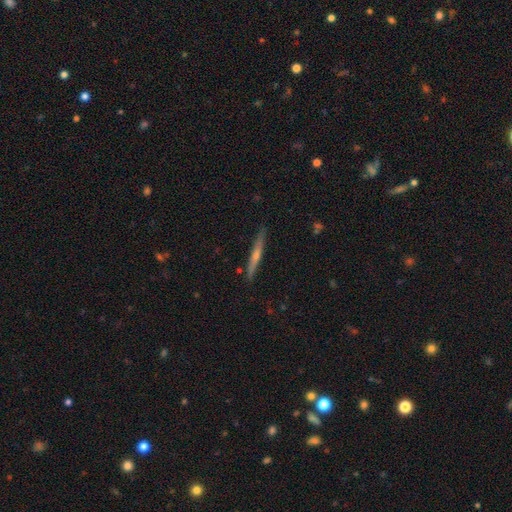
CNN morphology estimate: A featured or disk galaxy (63%) viewed edge-on (97%) with a rounded central bulge (67%).

Vote fractions:
- Smooth or featured? featured or disk: 63% / smooth: 30% / star or artifact: 6%
- Edge-on disk? yes: 97% / no: 3%
- Edge-on bulge? rounded: 67% / none: 28% / boxy: 5%
- Merging? none: 89% / minor disturbance: 8% / major disturbance: 1% / merger: 1%